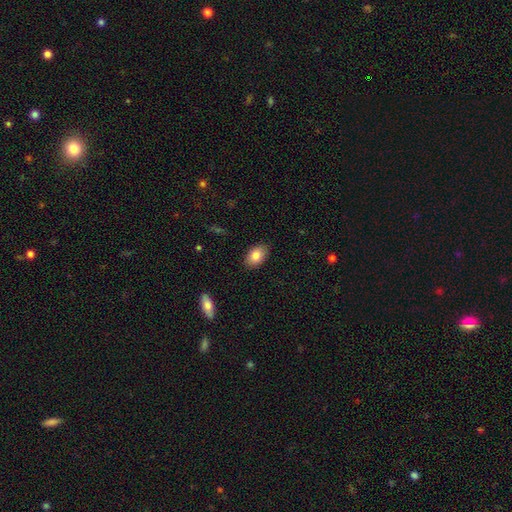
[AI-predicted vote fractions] A smooth galaxy with no disk features (81%) that is in between round and cigar-shaped (88%). Merging: none (87%).